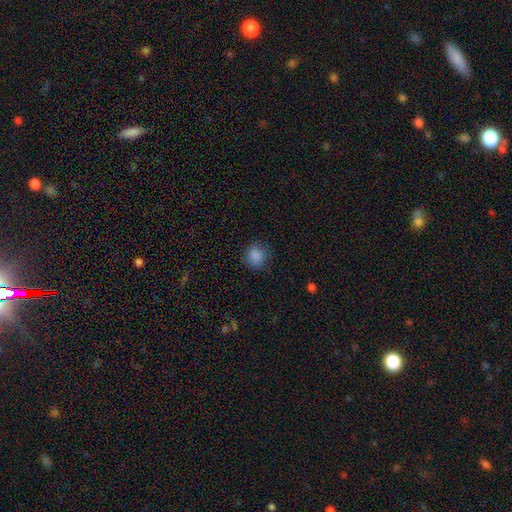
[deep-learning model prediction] Smooth or featured: smooth — 86% (star or artifact — 10%)
How rounded: round — 82% (in between — 17%)
Merging: none — 83% (minor disturbance — 13%)